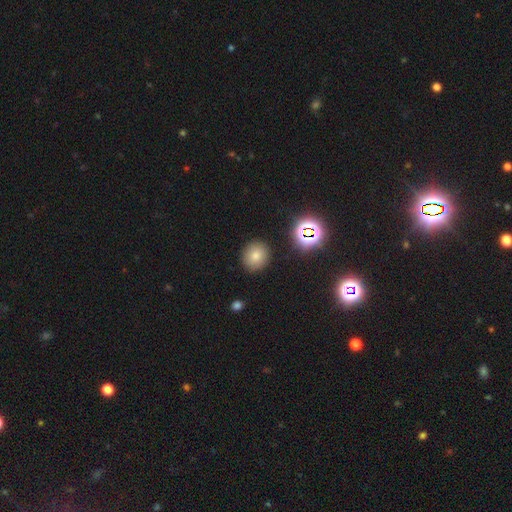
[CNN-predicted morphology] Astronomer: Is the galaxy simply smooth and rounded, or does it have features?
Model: smooth — 75%.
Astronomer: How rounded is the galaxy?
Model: round — 76%.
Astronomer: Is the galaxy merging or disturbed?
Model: none — 87%.